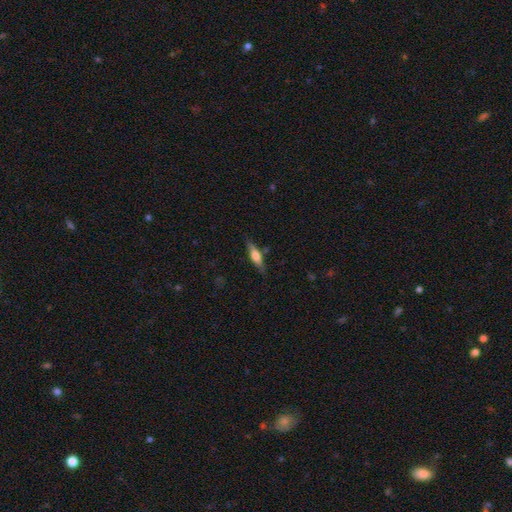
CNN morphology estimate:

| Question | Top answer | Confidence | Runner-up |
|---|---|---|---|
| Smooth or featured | smooth | 50% | featured or disk (44%) |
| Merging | none | 80% | minor disturbance (14%) |